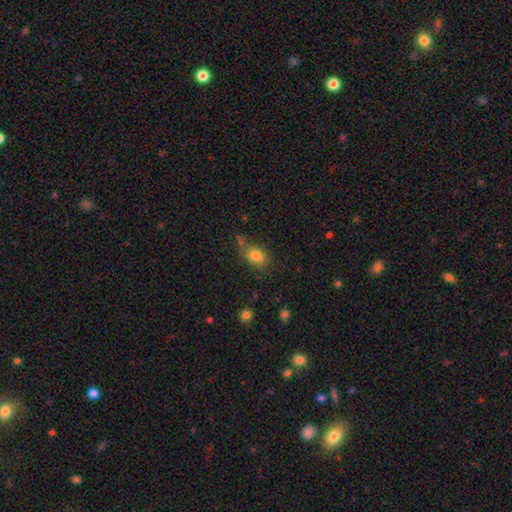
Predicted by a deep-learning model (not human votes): This is clearly a smooth galaxy (81%). How rounded: likely in between (73%). Merging: likely none (66%).